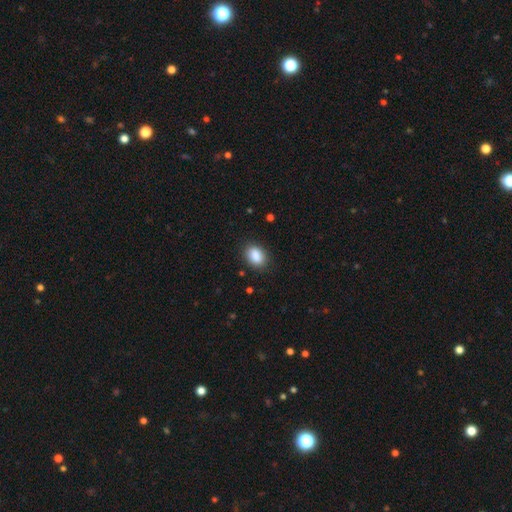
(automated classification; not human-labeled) Morphology: type=smooth (88%); roundness=in between (80%); merging=none (85%).